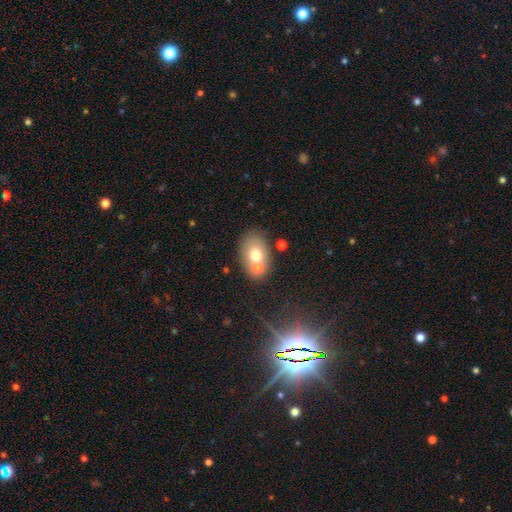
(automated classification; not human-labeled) Smooth or featured?
  - smooth: 67% *
  - featured or disk: 24%
  - star or artifact: 10%
How rounded?
  - in between: 78% *
  - round: 21%
  - cigar-shaped: 1%
Merging?
  - none: 46% *
  - merger: 39%
  - minor disturbance: 11%
  - major disturbance: 4%